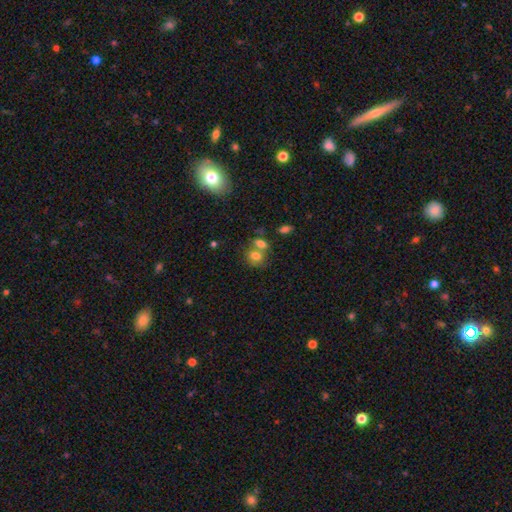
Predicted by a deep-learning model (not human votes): Morphology: type=smooth (77%); roundness=in between (61%); merging=merger (48%).